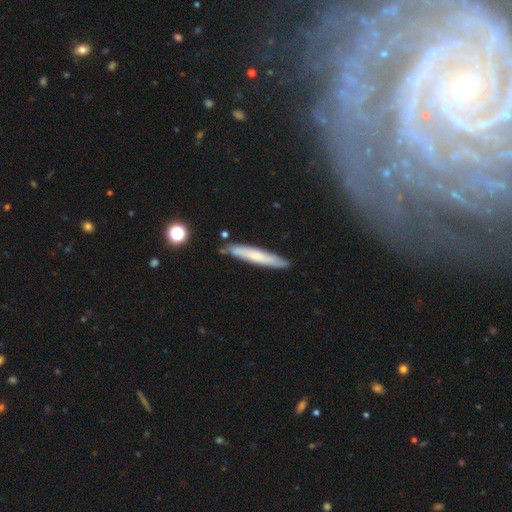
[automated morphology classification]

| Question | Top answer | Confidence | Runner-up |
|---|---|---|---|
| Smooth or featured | smooth | 58% | featured or disk (36%) |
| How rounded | cigar-shaped | 93% | in between (6%) |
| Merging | none | 83% | minor disturbance (12%) |